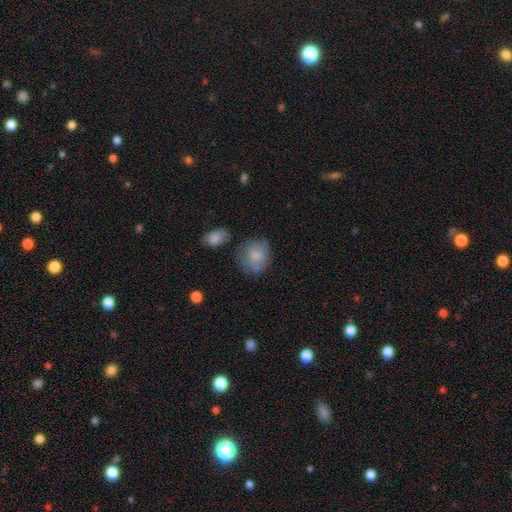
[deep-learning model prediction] Q: Smooth or featured?
A: smooth (76%); runner-up: featured or disk (17%)
Q: How rounded?
A: round (74%); runner-up: in between (24%)
Q: Merging?
A: none (61%); runner-up: minor disturbance (25%)